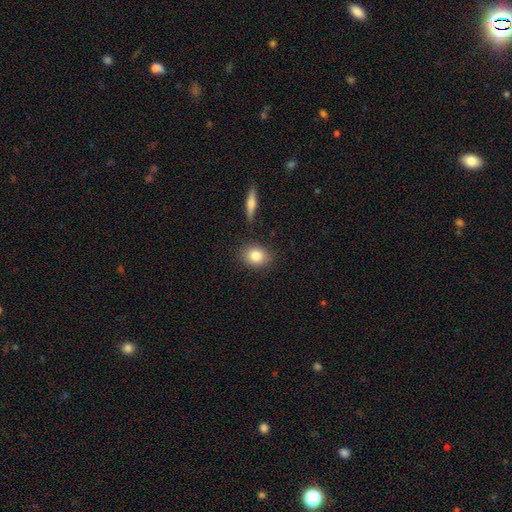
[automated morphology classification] smooth 83%, featured or disk 9%, star or artifact 8%. Down the decision tree: how rounded — round (49%); merging — none (84%).